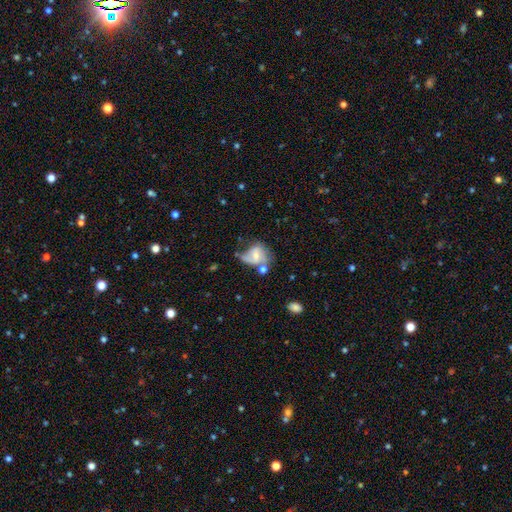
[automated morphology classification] Smooth or featured? Predicted: featured or disk (p=0.52). Edge-on disk? Predicted: no (p=0.97). Bar? Predicted: no (p=0.47). Spiral arms? Predicted: yes (p=0.69). Bulge size? Predicted: small (p=0.47). Merging? Predicted: none (p=0.31).